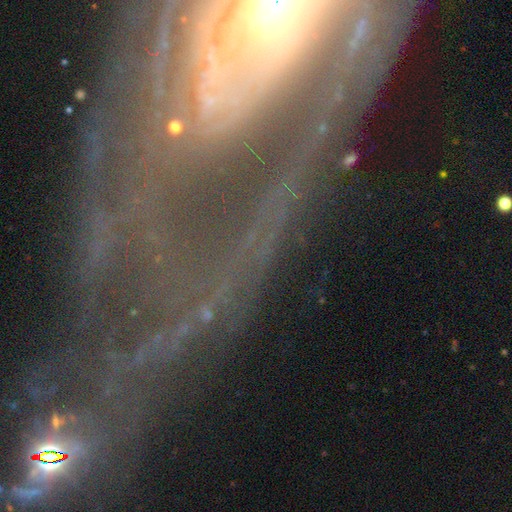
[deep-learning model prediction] Q: Smooth or featured?
A: featured or disk (73%); runner-up: star or artifact (16%)
Q: Edge-on disk?
A: no (88%); runner-up: yes (12%)
Q: Bar?
A: no (47%); runner-up: strong (28%)
Q: Spiral arms?
A: yes (82%); runner-up: no (18%)
Q: Spiral winding?
A: tight (60%); runner-up: medium (27%)
Q: Spiral arm count?
A: can't tell (30%); runner-up: 2 (28%)
Q: Bulge size?
A: moderate (46%); runner-up: small (31%)
Q: Merging?
A: none (64%); runner-up: major disturbance (16%)